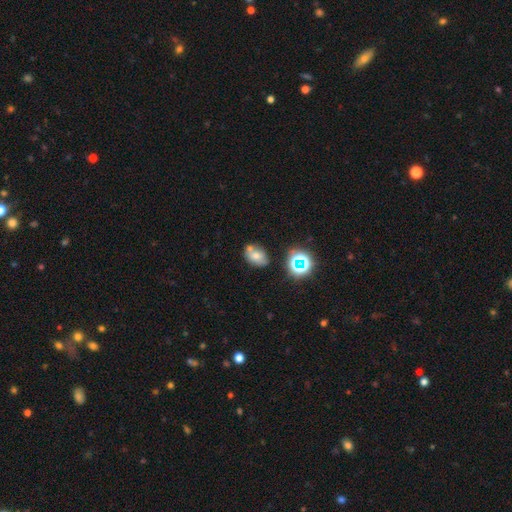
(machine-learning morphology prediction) Q: Smooth or featured?
A: smooth (61%); runner-up: featured or disk (21%)
Q: How rounded?
A: in between (75%); runner-up: round (23%)
Q: Merging?
A: none (54%); runner-up: merger (20%)